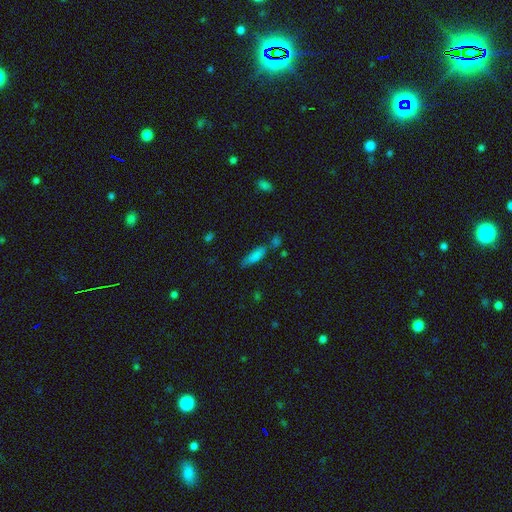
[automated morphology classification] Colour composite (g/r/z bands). It shows a smooth galaxy with no disk features (79%) that is cigar-shaped (57%). Merging: none (58%).